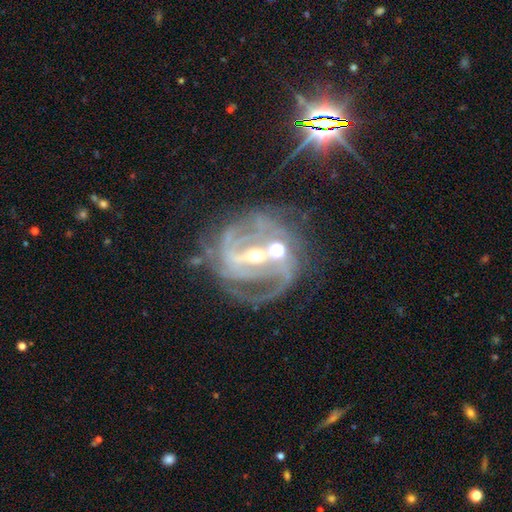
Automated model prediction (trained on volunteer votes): Q: Smooth or featured?
A: featured or disk (86%); runner-up: star or artifact (10%)
Q: Edge-on disk?
A: no (96%); runner-up: yes (4%)
Q: Bar?
A: strong (61%); runner-up: weak (27%)
Q: Spiral arms?
A: yes (95%); runner-up: no (5%)
Q: Spiral winding?
A: medium (44%); runner-up: tight (43%)
Q: Spiral arm count?
A: 2 (47%); runner-up: 3 (20%)
Q: Bulge size?
A: small (50%); runner-up: moderate (45%)
Q: Merging?
A: none (48%); runner-up: merger (20%)